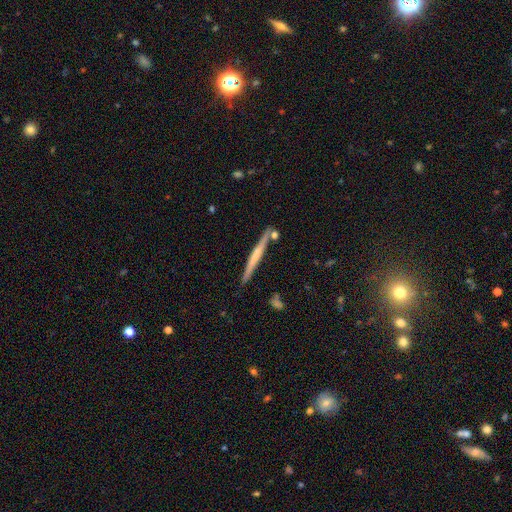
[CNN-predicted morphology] Overall: featured or disk (51%; smooth 43%). Edge-on disk: yes (97%). Merging: none (83%).